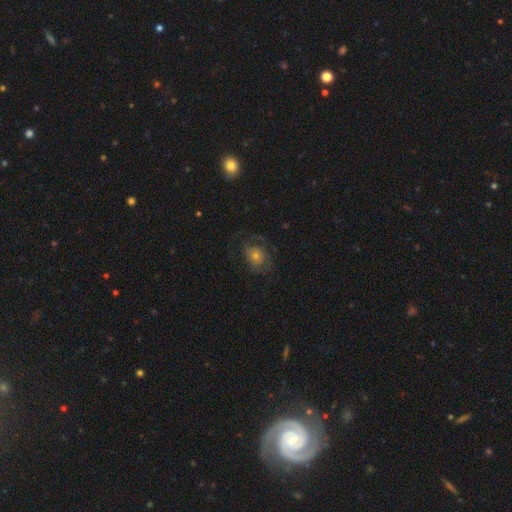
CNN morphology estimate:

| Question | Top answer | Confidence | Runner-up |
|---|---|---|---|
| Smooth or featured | featured or disk | 48% | smooth (40%) |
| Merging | none | 61% | minor disturbance (19%) |